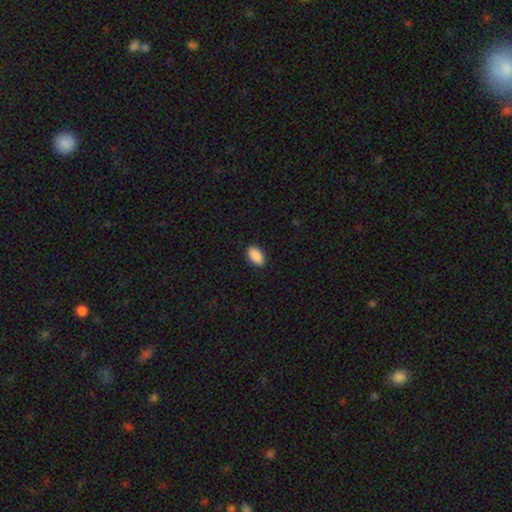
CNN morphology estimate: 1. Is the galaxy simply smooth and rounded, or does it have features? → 91% smooth, 7% star or artifact, 3% featured or disk.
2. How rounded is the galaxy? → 94% in between, 3% round, 3% cigar-shaped.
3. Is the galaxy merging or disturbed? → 90% none, 8% minor disturbance, 2% major disturbance, 1% merger.